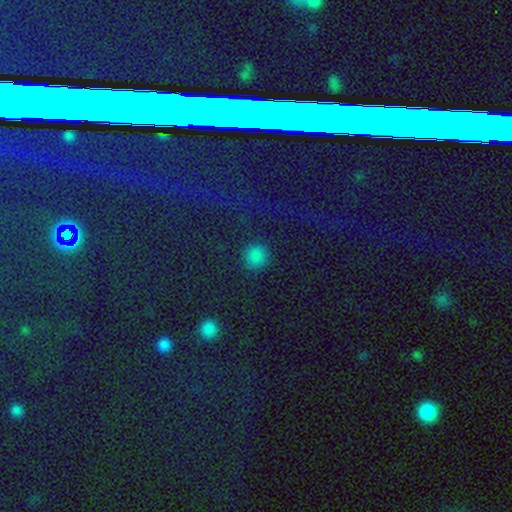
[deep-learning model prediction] Q: Smooth or featured?
A: smooth (76%); runner-up: star or artifact (20%)
Q: How rounded?
A: round (92%); runner-up: in between (6%)
Q: Merging?
A: none (89%); runner-up: minor disturbance (6%)